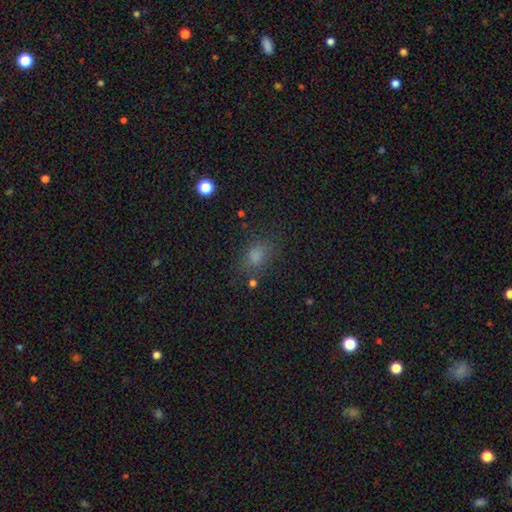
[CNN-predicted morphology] smooth 71%, star or artifact 22%, featured or disk 7%. Down the decision tree: how rounded — in between (58%); merging — none (78%).